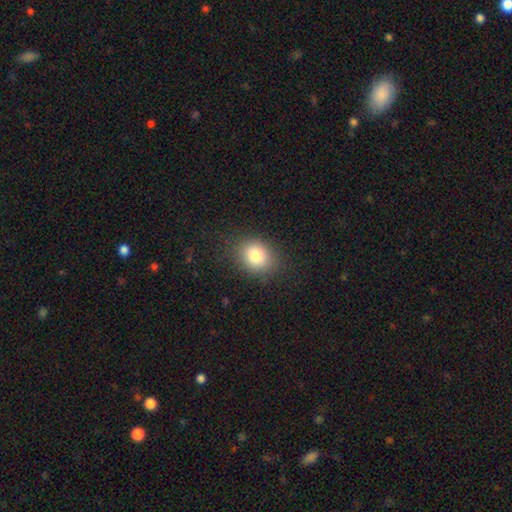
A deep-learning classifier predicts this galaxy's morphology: type=smooth (81%); roundness=round (51%); merging=none (85%).